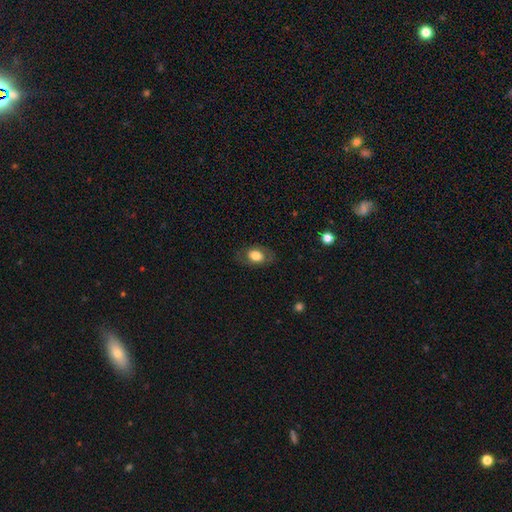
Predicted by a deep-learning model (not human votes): Morphology: type=smooth (70%); roundness=in between (82%); merging=none (78%).